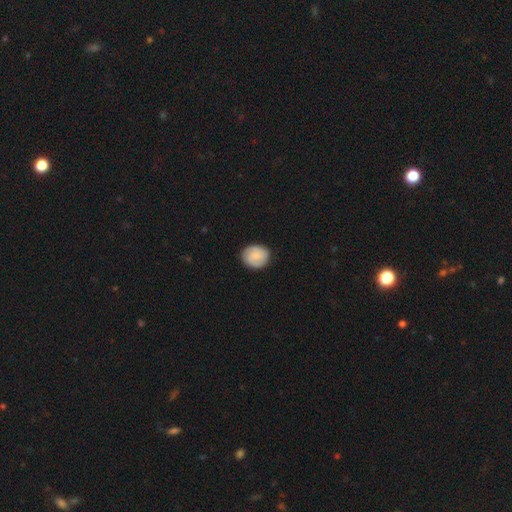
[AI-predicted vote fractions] Smooth or featured? Predicted: smooth (p=0.70). How rounded? Predicted: round (p=0.69). Merging? Predicted: none (p=0.85).